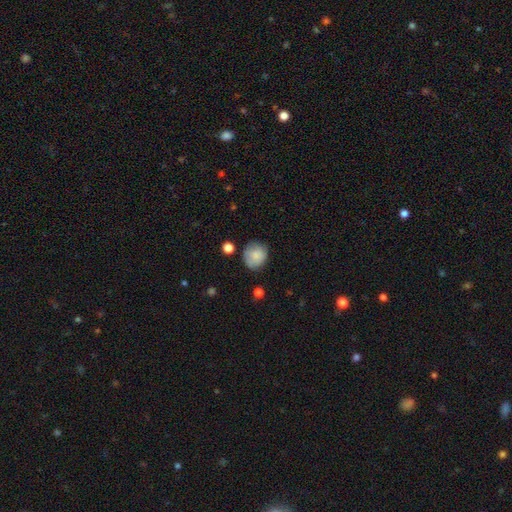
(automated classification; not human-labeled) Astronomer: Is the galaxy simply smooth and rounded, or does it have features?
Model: smooth — 81%.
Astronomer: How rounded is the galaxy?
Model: round — 78%.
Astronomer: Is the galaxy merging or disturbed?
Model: none — 72%.